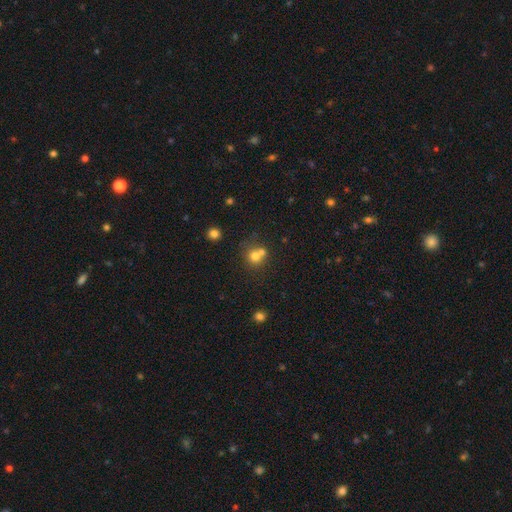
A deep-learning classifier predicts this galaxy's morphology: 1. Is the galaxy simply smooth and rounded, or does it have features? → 72% smooth, 15% star or artifact, 13% featured or disk.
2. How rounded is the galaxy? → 84% round, 15% in between, 1% cigar-shaped.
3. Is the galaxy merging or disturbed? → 46% merger, 43% none, 7% minor disturbance, 3% major disturbance.